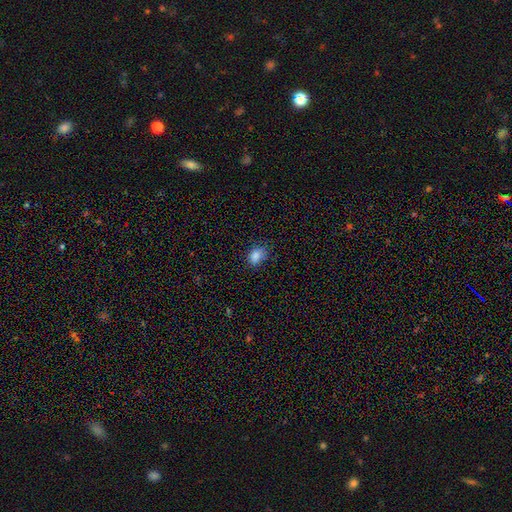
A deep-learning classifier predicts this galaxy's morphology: Smooth or featured: smooth — 85% (star or artifact — 11%)
How rounded: in between — 71% (round — 27%)
Merging: none — 73% (minor disturbance — 20%)